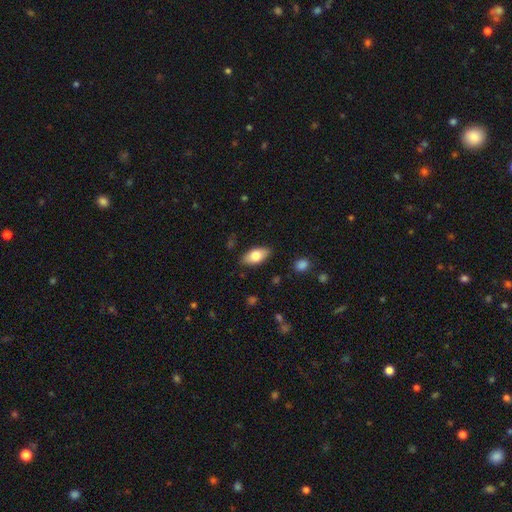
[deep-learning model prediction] Q: Smooth or featured?
A: smooth (77%); runner-up: featured or disk (16%)
Q: How rounded?
A: in between (90%); runner-up: cigar-shaped (7%)
Q: Merging?
A: none (85%); runner-up: minor disturbance (11%)